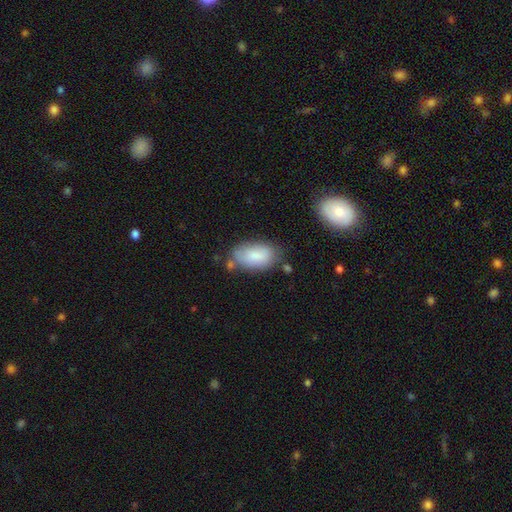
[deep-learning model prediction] Smooth or featured: smooth — 83% (featured or disk — 11%)
How rounded: in between — 94% (round — 3%)
Merging: none — 62% (minor disturbance — 23%)